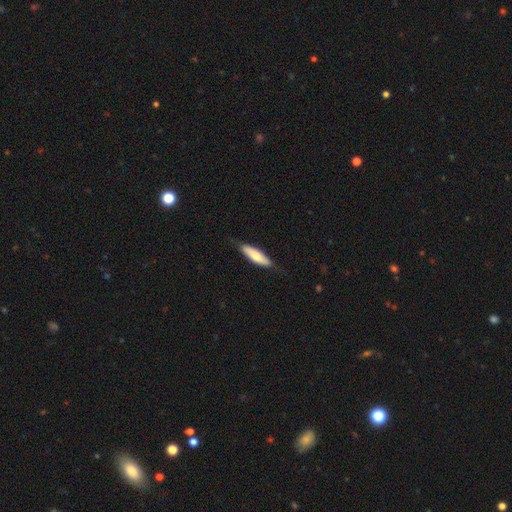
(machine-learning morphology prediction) A smooth galaxy with no disk features (75%) that is cigar-shaped (57%).

Vote fractions:
- Smooth or featured? smooth: 75% / featured or disk: 20% / star or artifact: 5%
- How rounded? cigar-shaped: 57% / in between: 41% / round: 2%
- Merging? none: 76% / minor disturbance: 19% / major disturbance: 3% / merger: 1%